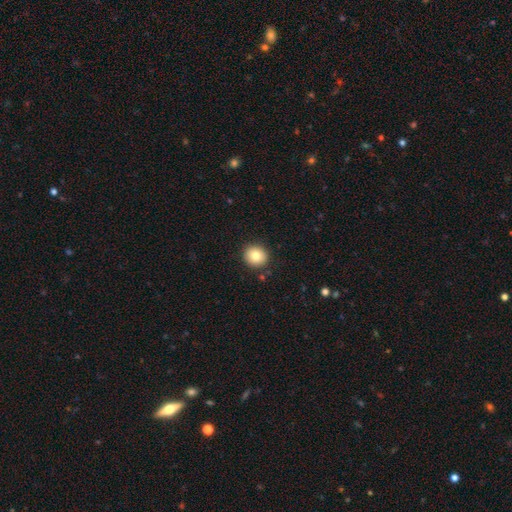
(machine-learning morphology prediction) A smooth galaxy with no disk features (81%) that is round (89%).

Vote fractions:
- Smooth or featured? smooth: 81% / featured or disk: 10% / star or artifact: 10%
- How rounded? round: 89% / in between: 10% / cigar-shaped: 1%
- Merging? none: 90% / minor disturbance: 7% / major disturbance: 2% / merger: 2%